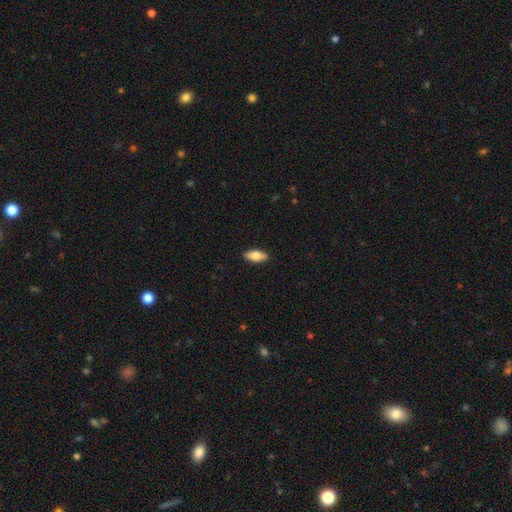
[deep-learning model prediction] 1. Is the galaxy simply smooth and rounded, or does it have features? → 76% smooth, 18% featured or disk, 6% star or artifact.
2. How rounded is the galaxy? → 80% in between, 17% cigar-shaped, 2% round.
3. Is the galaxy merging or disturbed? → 90% none, 7% minor disturbance, 2% major disturbance, 1% merger.